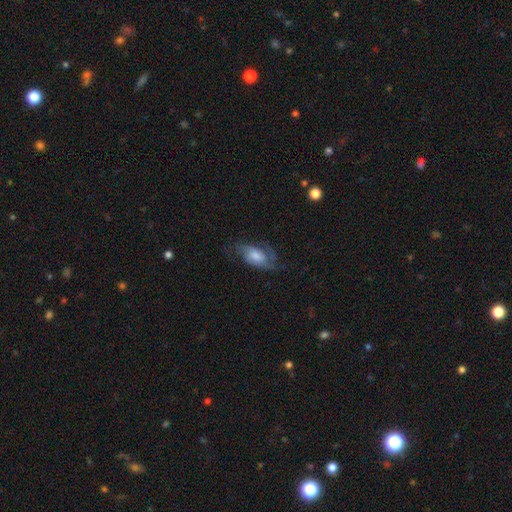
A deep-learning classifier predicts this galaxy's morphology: This is likely a featured or disk galaxy (66%). It is clearly not viewed edge-on (94%). Bar: likely no (65%). Spiral arm pattern: clearly yes (90%). Spiral arm count: possibly 2 (58%). Spiral winding: possibly medium (46%). Central bulge: possibly moderate (45%). Merging: possibly none (60%).